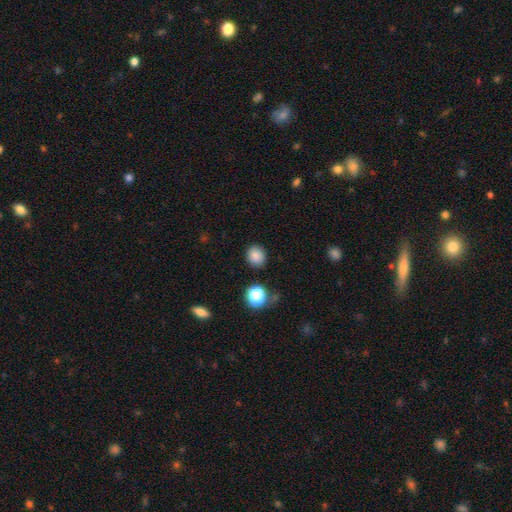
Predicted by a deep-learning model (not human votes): A smooth galaxy with no disk features (84%) that is round (74%). Merging: none (86%).